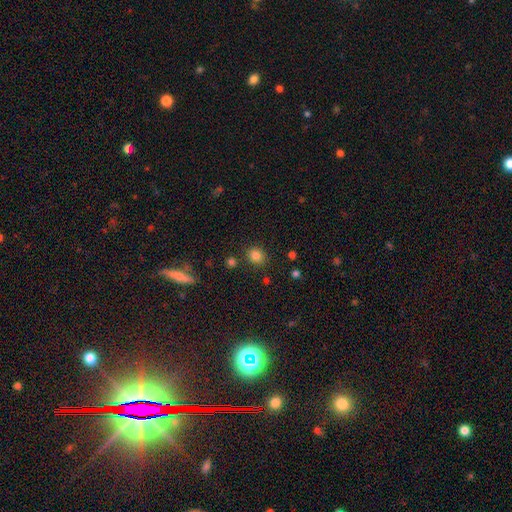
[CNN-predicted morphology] Smooth or featured? smooth (82%)
How rounded? round (75%)
Merging? none (84%)